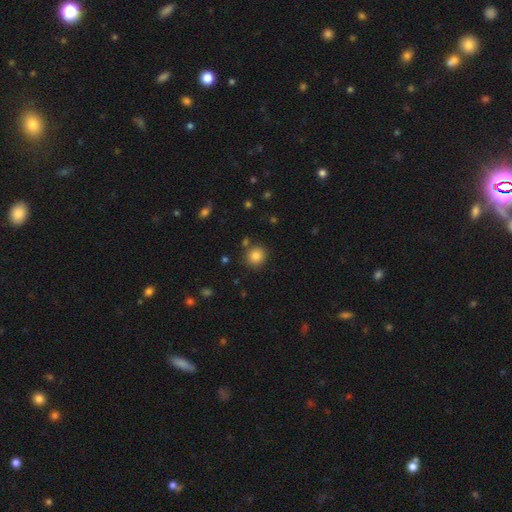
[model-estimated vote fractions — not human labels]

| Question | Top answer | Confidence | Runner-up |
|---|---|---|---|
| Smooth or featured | smooth | 84% | star or artifact (11%) |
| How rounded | round | 89% | in between (10%) |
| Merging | none | 84% | minor disturbance (8%) |